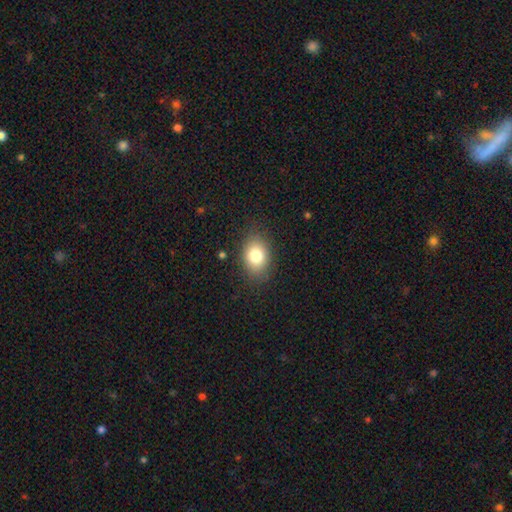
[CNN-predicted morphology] This appears to be a smooth galaxy with no disk features (80%) that is in between round and cigar-shaped (72%). Merging: none (84%).